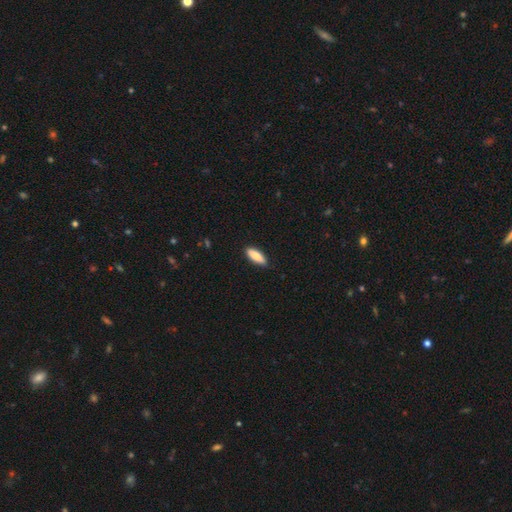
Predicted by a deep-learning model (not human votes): Morphology: type=smooth (84%); roundness=in between (55%); merging=none (86%).